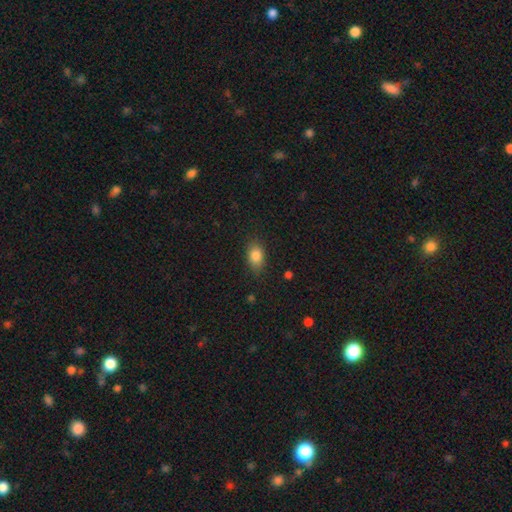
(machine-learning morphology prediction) smooth-or-featured: smooth: 84% | star or artifact: 9% | featured or disk: 7%
  how-rounded: in between: 81% | round: 16% | cigar-shaped: 3%
  merging: none: 81% | minor disturbance: 15% | major disturbance: 4% | merger: 1%